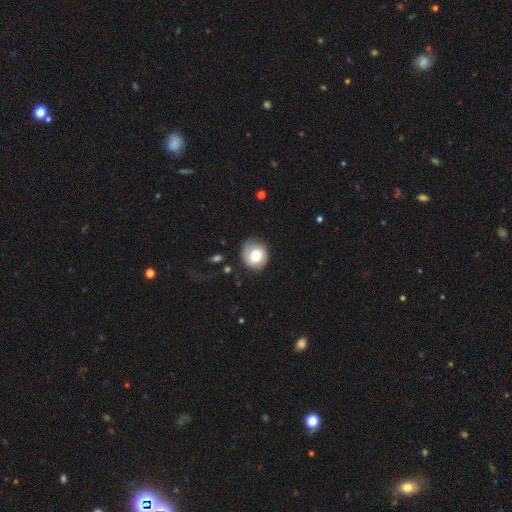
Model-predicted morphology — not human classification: Smooth or featured? Predicted: smooth (p=0.71). How rounded? Predicted: round (p=0.82). Merging? Predicted: none (p=0.76).